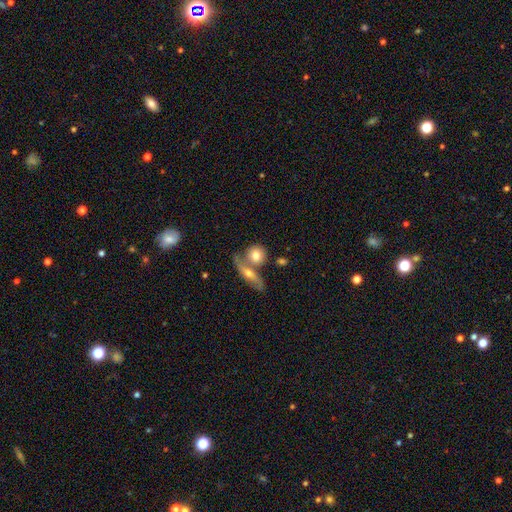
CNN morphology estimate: A smooth galaxy with no disk features (70%) that is round (67%).

Vote fractions:
- Smooth or featured? smooth: 70% / featured or disk: 23% / star or artifact: 7%
- How rounded? round: 67% / in between: 27% / cigar-shaped: 6%
- Merging? merger: 47% / none: 39% / minor disturbance: 10% / major disturbance: 5%